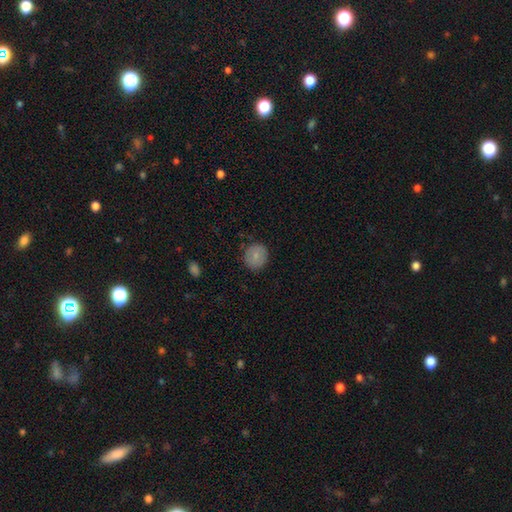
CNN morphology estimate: Smooth or featured? smooth (82%)
How rounded? round (78%)
Merging? none (84%)